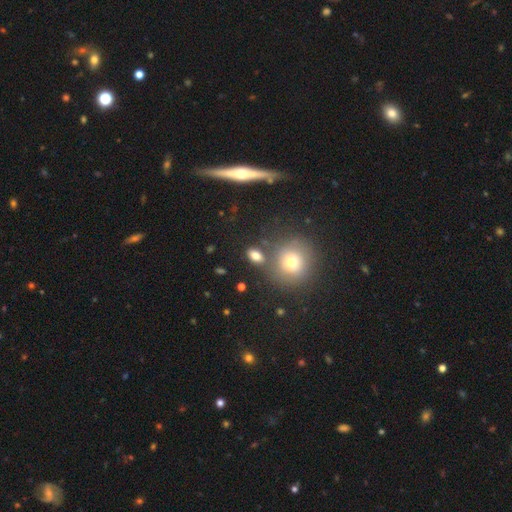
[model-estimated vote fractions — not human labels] smooth 77%, star or artifact 14%, featured or disk 9%. Down the decision tree: how rounded — in between (75%); merging — none (70%).